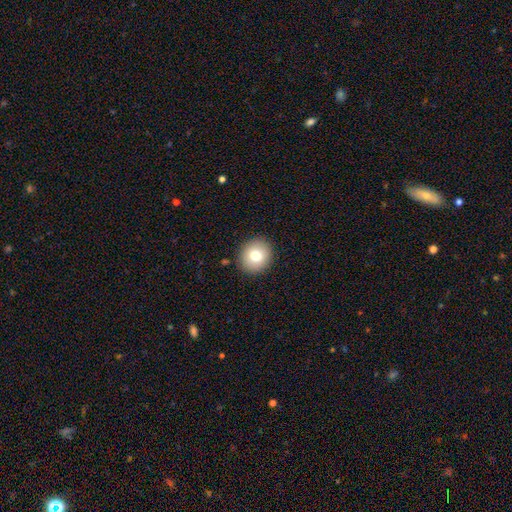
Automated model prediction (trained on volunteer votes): smooth-or-featured: smooth: 77% | featured or disk: 13% | star or artifact: 10%
  how-rounded: round: 81% | in between: 18% | cigar-shaped: 1%
  merging: none: 90% | minor disturbance: 7% | major disturbance: 2% | merger: 1%